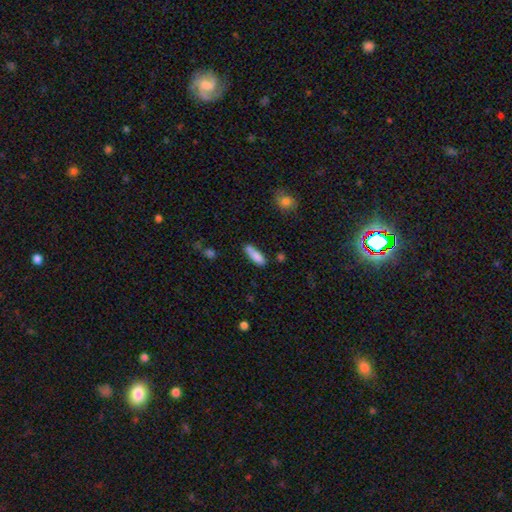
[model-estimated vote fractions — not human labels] Smooth or featured? smooth (83%)
How rounded? cigar-shaped (56%)
Merging? none (65%)